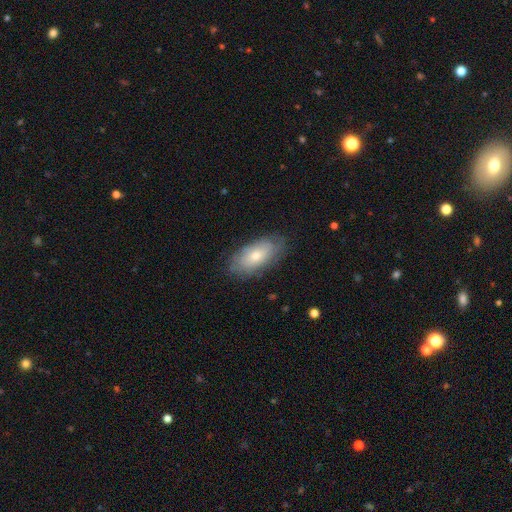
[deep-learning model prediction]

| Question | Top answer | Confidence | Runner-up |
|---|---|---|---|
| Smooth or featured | smooth | 61% | featured or disk (32%) |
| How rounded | in between | 89% | cigar-shaped (7%) |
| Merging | none | 81% | minor disturbance (14%) |